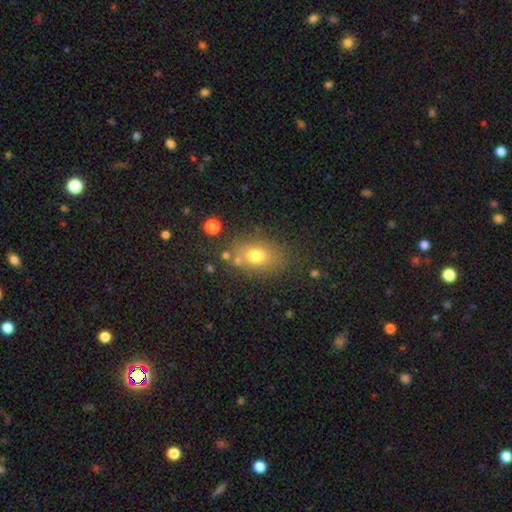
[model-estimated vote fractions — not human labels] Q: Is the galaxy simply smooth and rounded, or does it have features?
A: smooth — 73%.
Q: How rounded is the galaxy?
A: in between — 70%.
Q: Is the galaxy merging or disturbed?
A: none — 72%.